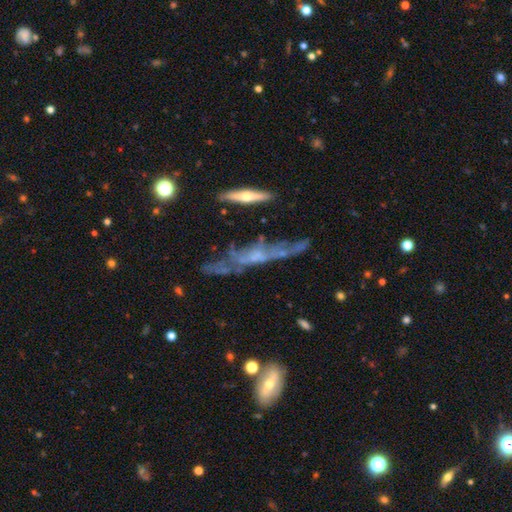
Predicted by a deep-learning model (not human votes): This appears to be a featured or disk galaxy (65%) viewed edge-on (62%). Merging: none (51%).